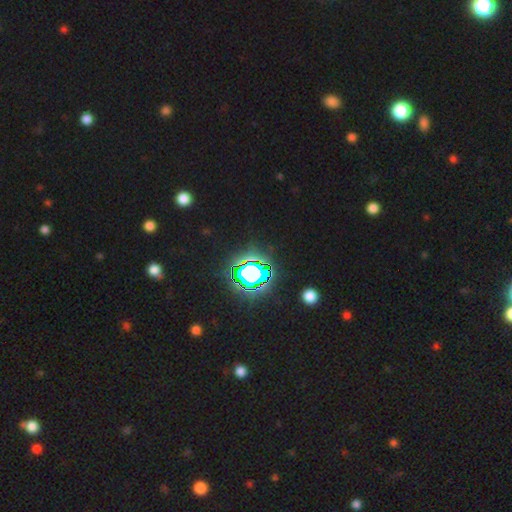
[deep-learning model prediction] Q: Smooth or featured?
A: star or artifact (82%); runner-up: smooth (12%)